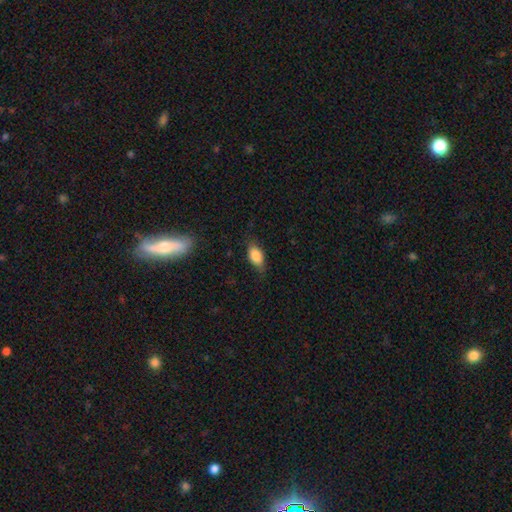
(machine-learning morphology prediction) smooth-or-featured: smooth: 82% | featured or disk: 11% | star or artifact: 7%
  how-rounded: in between: 88% | round: 6% | cigar-shaped: 6%
  merging: none: 74% | minor disturbance: 20% | major disturbance: 5% | merger: 1%